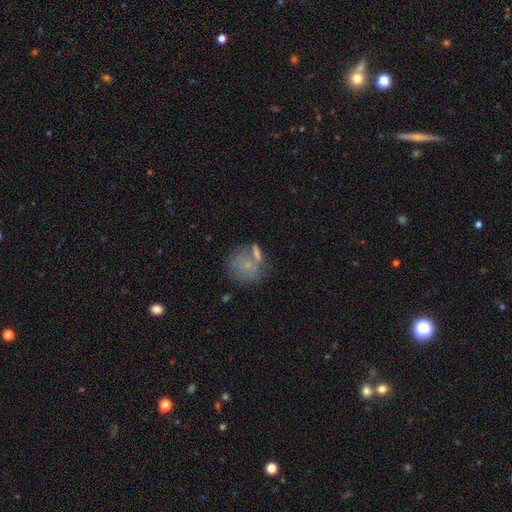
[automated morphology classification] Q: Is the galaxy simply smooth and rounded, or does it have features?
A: smooth — 65%.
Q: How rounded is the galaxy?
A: round — 77%.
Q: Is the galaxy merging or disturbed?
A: none — 45%.